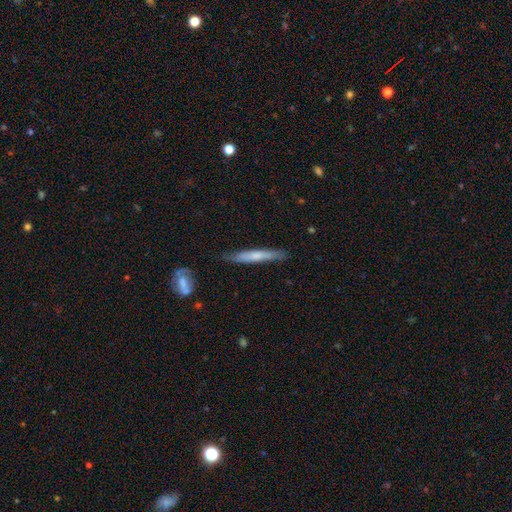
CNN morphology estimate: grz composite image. It shows a smooth galaxy with no disk features (56%) that is cigar-shaped (95%). Merging: none (80%).